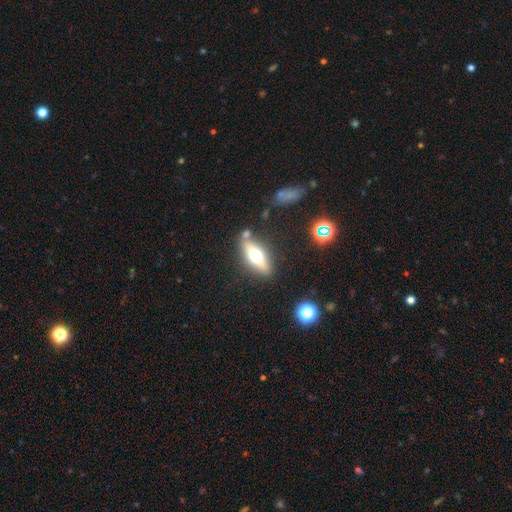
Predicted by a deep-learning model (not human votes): A featured or disk galaxy (46%).

Vote fractions:
- Smooth or featured? featured or disk: 46% / smooth: 45% / star or artifact: 8%
- Merging? none: 79% / minor disturbance: 12% / merger: 6% / major disturbance: 4%